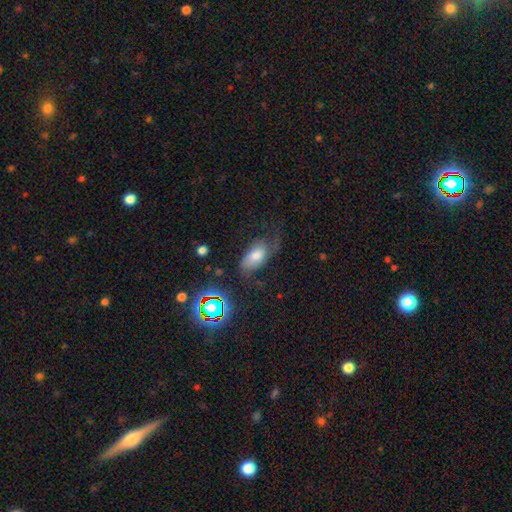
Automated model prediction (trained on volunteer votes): Smooth or featured?
  - smooth: 52% *
  - featured or disk: 34%
  - star or artifact: 15%
How rounded?
  - in between: 88% *
  - round: 8%
  - cigar-shaped: 4%
Merging?
  - none: 44% *
  - major disturbance: 28%
  - minor disturbance: 26%
  - merger: 3%